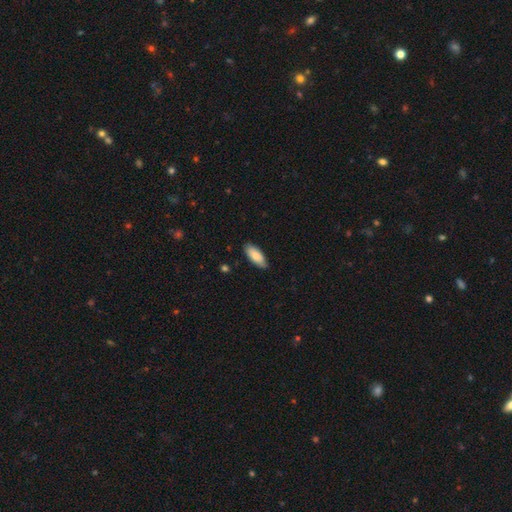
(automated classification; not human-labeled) smooth-or-featured: smooth: 83% | featured or disk: 12% | star or artifact: 6%
  how-rounded: in between: 82% | cigar-shaped: 16% | round: 2%
  merging: none: 80% | minor disturbance: 17% | major disturbance: 2% | merger: 1%